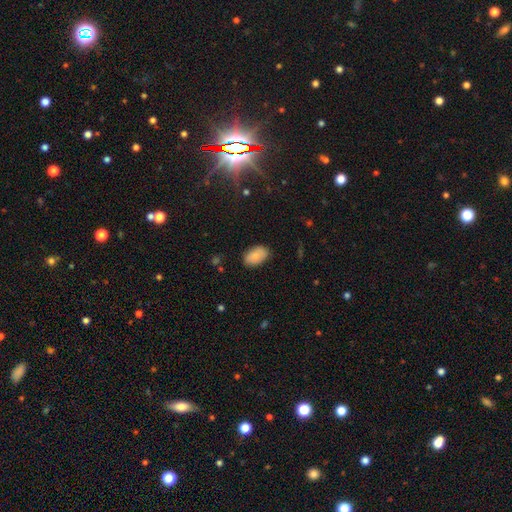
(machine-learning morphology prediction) Smooth or featured? smooth (83%)
How rounded? in between (93%)
Merging? none (83%)